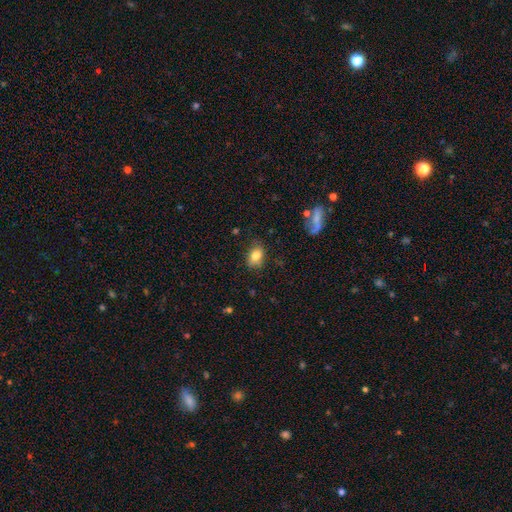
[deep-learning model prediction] A smooth galaxy with no disk features (81%) that is in between round and cigar-shaped (78%).

Vote fractions:
- Smooth or featured? smooth: 81% / featured or disk: 10% / star or artifact: 9%
- How rounded? in between: 78% / round: 21% / cigar-shaped: 2%
- Merging? none: 76% / minor disturbance: 18% / major disturbance: 4% / merger: 2%